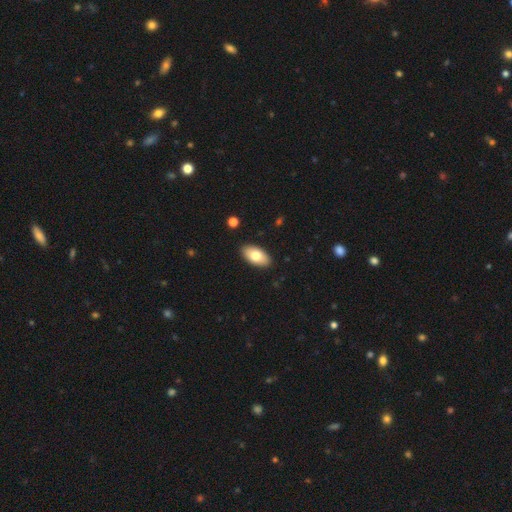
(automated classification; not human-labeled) Smooth or featured? Predicted: smooth (p=0.77). How rounded? Predicted: in between (p=0.95). Merging? Predicted: none (p=0.89).